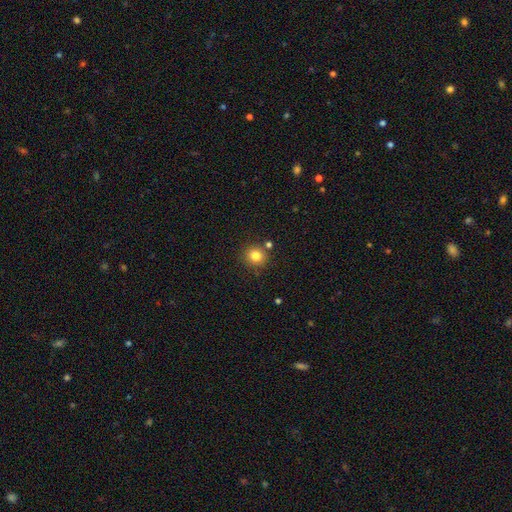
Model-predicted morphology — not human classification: Smooth or featured: smooth — 81% (star or artifact — 12%)
How rounded: round — 91% (in between — 8%)
Merging: none — 83% (minor disturbance — 8%)